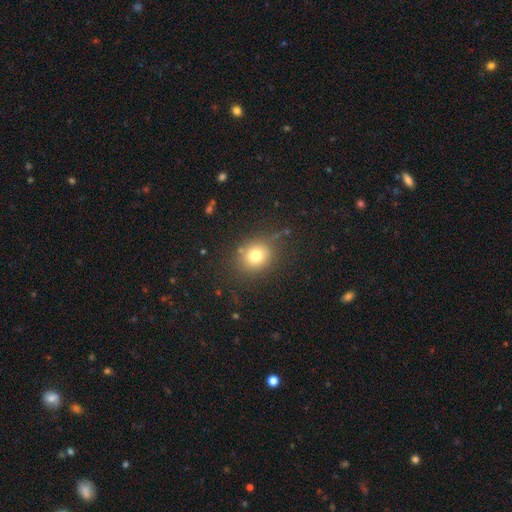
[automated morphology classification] This appears to be a smooth galaxy with no disk features (74%) that is round (76%). Merging: none (80%).